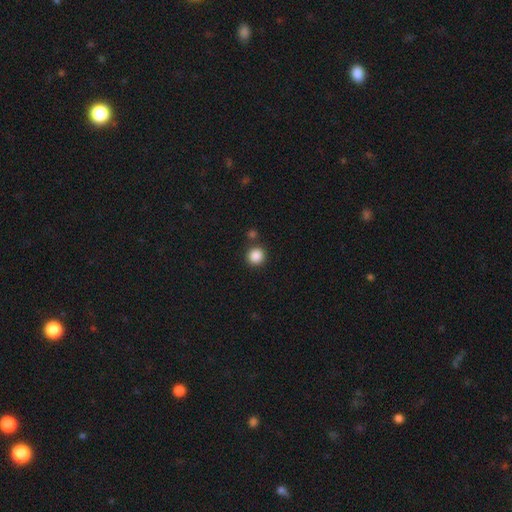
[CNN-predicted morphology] Overall: smooth (87%). How rounded: round (93%). Merging: none (83%).